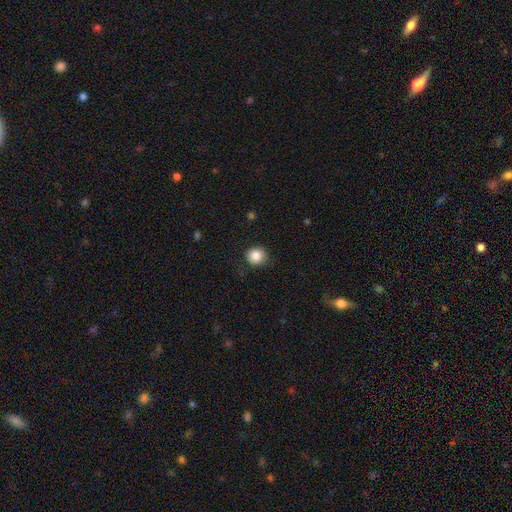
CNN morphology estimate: The model was most divided on "merging": none: 84%, minor disturbance: 12%, major disturbance: 3%, merger: 1%. More confident: how rounded — round (89%); smooth or featured — smooth (86%).